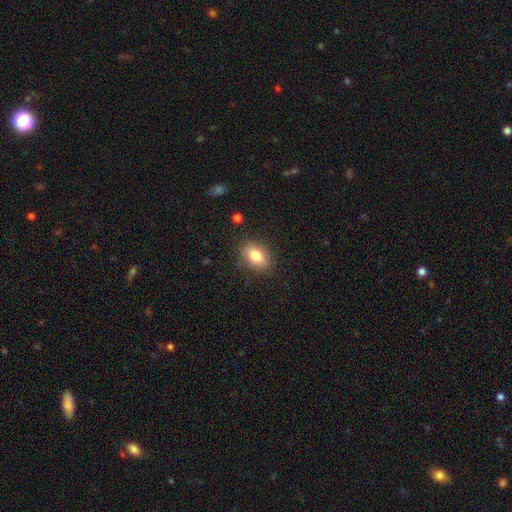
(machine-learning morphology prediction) Smooth or featured? Predicted: smooth (p=0.81). How rounded? Predicted: in between (p=0.78). Merging? Predicted: none (p=0.85).